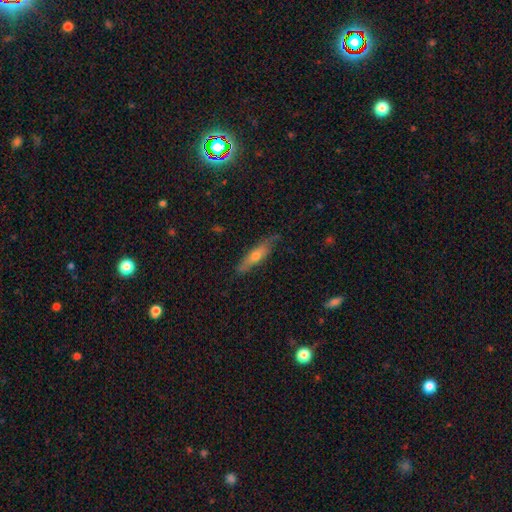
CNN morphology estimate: A smooth galaxy with no disk features (49%). Merging: none (78%).